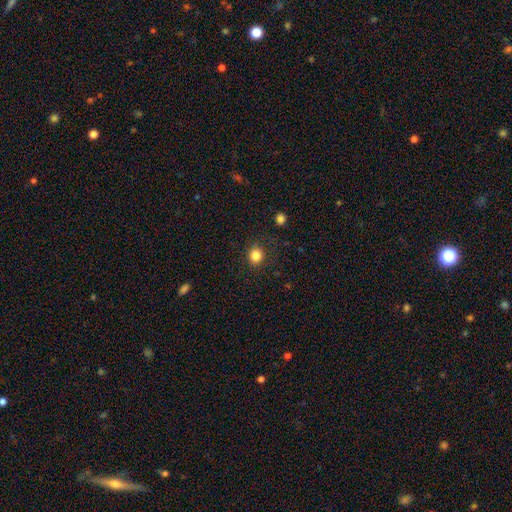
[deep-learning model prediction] smooth-or-featured: smooth: 83% | star or artifact: 12% | featured or disk: 5%
  how-rounded: round: 84% | in between: 15% | cigar-shaped: 1%
  merging: none: 85% | minor disturbance: 10% | major disturbance: 4% | merger: 1%